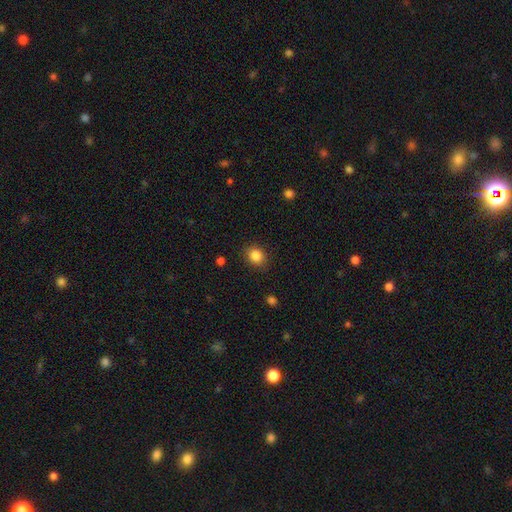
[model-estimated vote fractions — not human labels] A smooth galaxy with no disk features (85%) that is round (68%). Merging: none (87%).